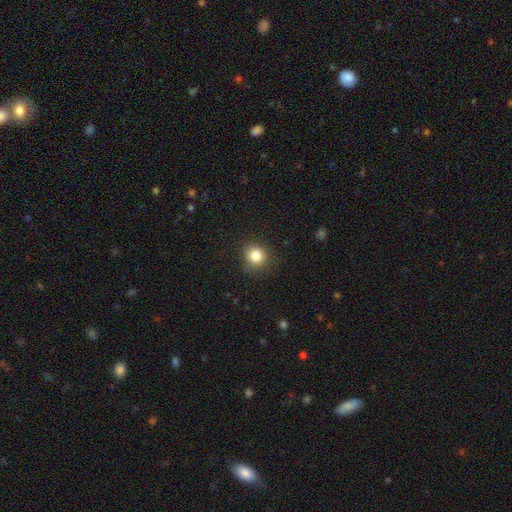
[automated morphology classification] This is clearly a smooth galaxy (82%). How rounded: clearly round (88%). Merging: clearly none (85%).